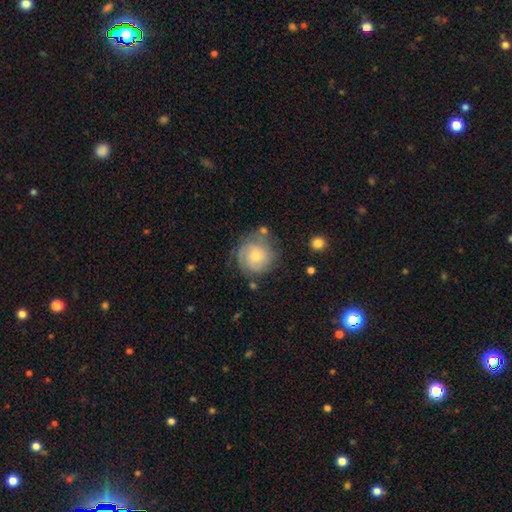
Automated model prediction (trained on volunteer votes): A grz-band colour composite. It shows a featured or disk galaxy (49%). Merging: none (68%).